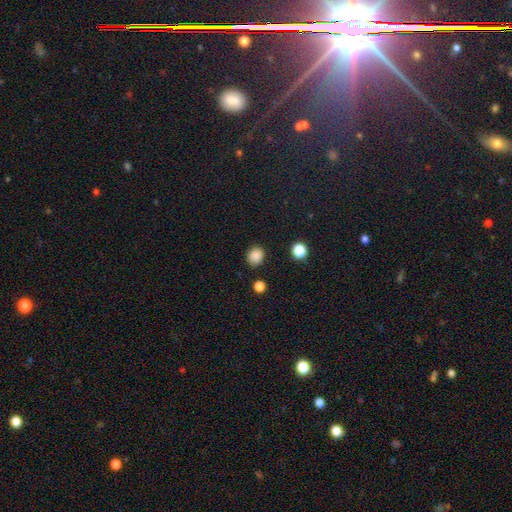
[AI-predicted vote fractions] A smooth galaxy with no disk features (86%) that is round (77%).

Vote fractions:
- Smooth or featured? smooth: 86% / star or artifact: 11% / featured or disk: 3%
- How rounded? round: 77% / in between: 22% / cigar-shaped: 1%
- Merging? none: 85% / minor disturbance: 10% / major disturbance: 3% / merger: 2%